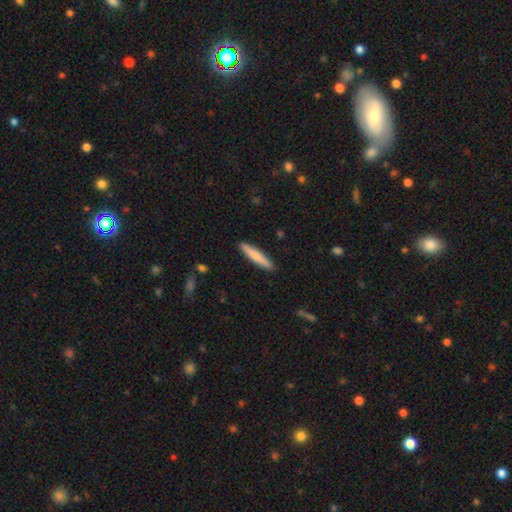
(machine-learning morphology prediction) smooth-or-featured: smooth: 73% | featured or disk: 22% | star or artifact: 5%
  how-rounded: cigar-shaped: 92% | in between: 7% | round: 1%
  merging: none: 91% | minor disturbance: 7% | major disturbance: 1% | merger: 1%